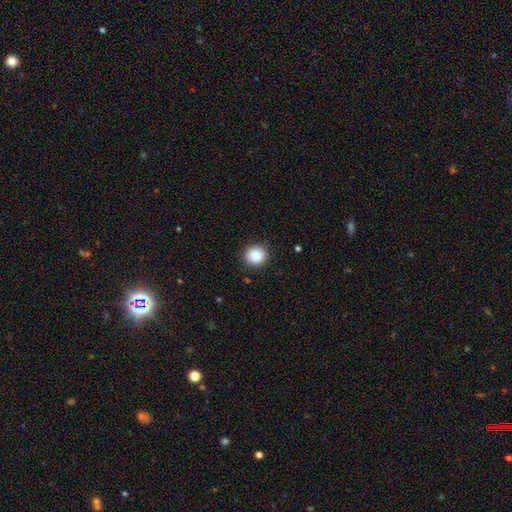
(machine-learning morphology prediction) This appears to be a smooth galaxy with no disk features (87%) that is round (89%). Merging: none (90%).